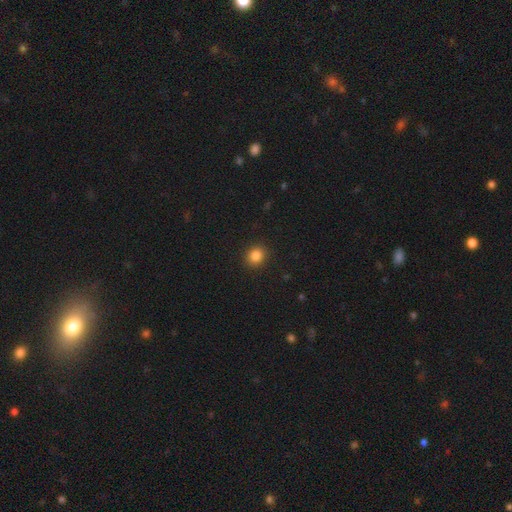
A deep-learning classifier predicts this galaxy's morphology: This is clearly a smooth galaxy (85%). How rounded: likely round (71%). Merging: clearly none (90%).